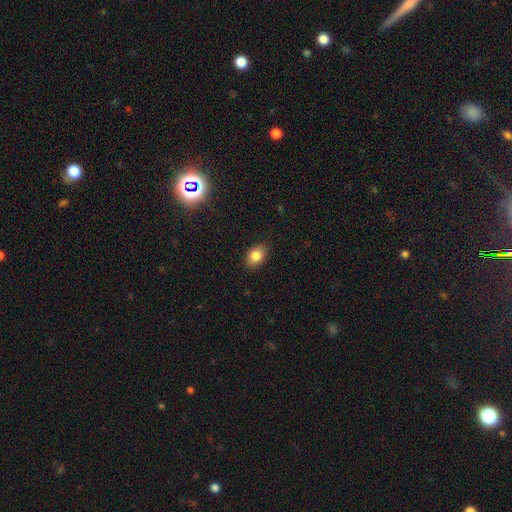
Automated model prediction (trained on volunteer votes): smooth-or-featured: smooth: 83% | star or artifact: 9% | featured or disk: 8%
  how-rounded: in between: 78% | round: 21% | cigar-shaped: 1%
  merging: none: 86% | minor disturbance: 10% | major disturbance: 2% | merger: 1%